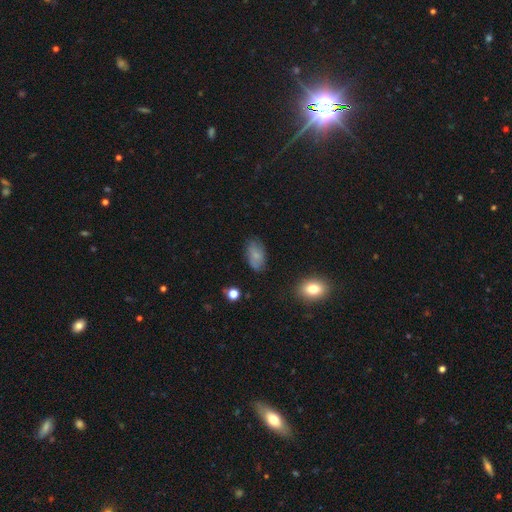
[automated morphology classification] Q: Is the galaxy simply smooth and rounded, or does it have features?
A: smooth — 72%.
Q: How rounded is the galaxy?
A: in between — 93%.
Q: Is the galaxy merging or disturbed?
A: none — 71%.